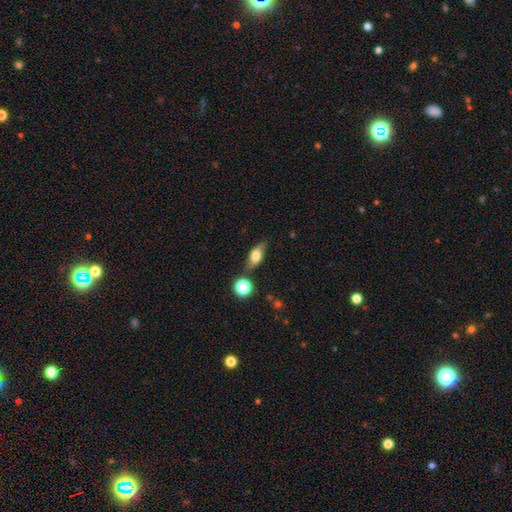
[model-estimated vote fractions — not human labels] Morphology: type=smooth (61%); roundness=in between (71%); merging=none (73%).